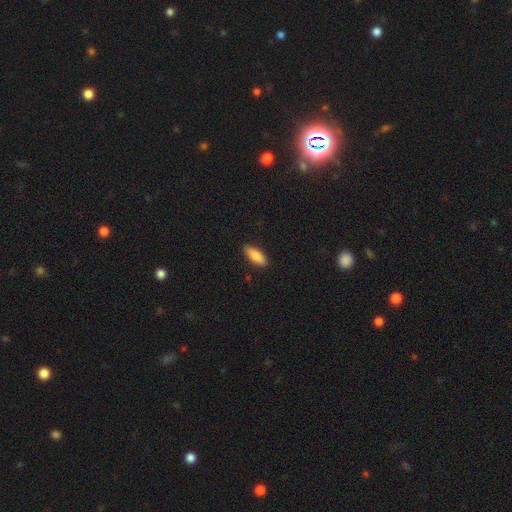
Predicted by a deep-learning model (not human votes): This is clearly a smooth galaxy (84%). How rounded: likely in between (75%). Merging: clearly none (88%).